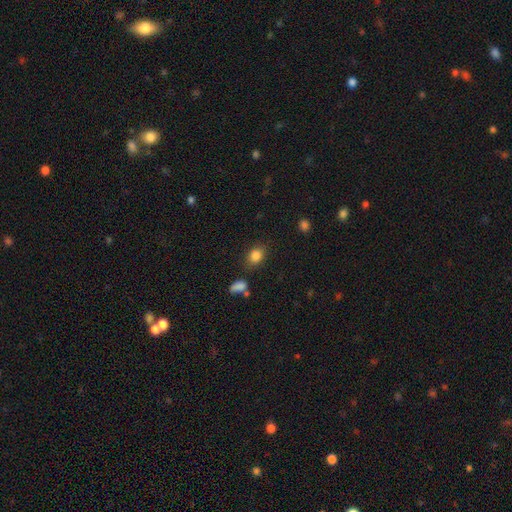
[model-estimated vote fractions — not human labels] Morphology: type=smooth (84%); roundness=in between (65%); merging=none (77%).